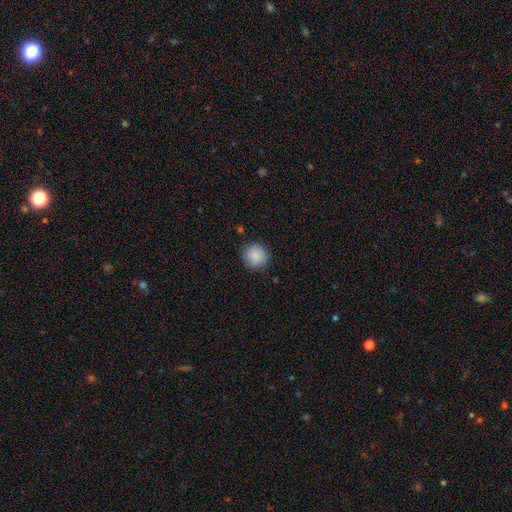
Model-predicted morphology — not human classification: A smooth galaxy with no disk features (88%) that is round (88%). Merging: none (88%).